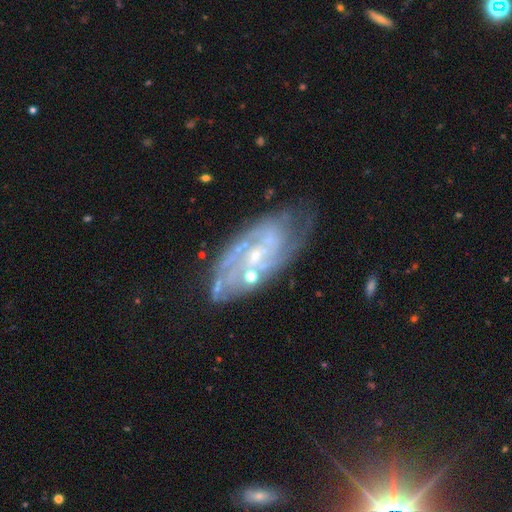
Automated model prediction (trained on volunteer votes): Smooth or featured?
  - featured or disk: 81% *
  - smooth: 11%
  - star or artifact: 8%
Edge-on disk?
  - no: 94% *
  - yes: 6%
Bar?
  - no: 58% *
  - weak: 33%
  - strong: 9%
Spiral arms?
  - yes: 88% *
  - no: 12%
Spiral winding?
  - tight: 56% *
  - medium: 33%
  - loose: 11%
Spiral arm count?
  - can't tell: 40% *
  - 2: 29%
  - 3: 14%
  - 4: 7%
  - 1: 5%
  - more than 4: 5%
Bulge size?
  - small: 75% *
  - moderate: 16%
  - none: 7%
  - large: 1%
  - dominant: 1%
Merging?
  - none: 62% *
  - minor disturbance: 22%
  - major disturbance: 10%
  - merger: 6%